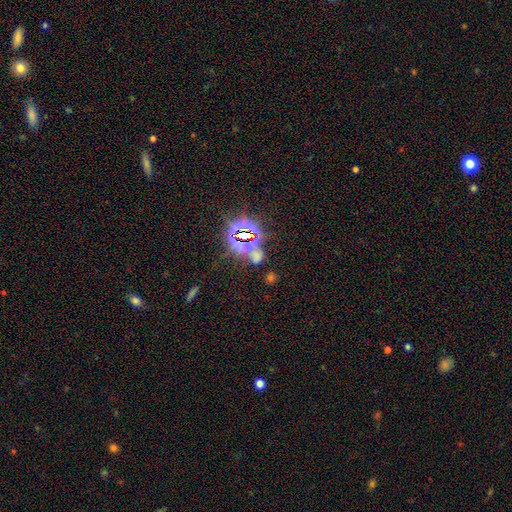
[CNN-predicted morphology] smooth_or_featured: star or artifact (p=0.64) [alt: smooth p=0.28]